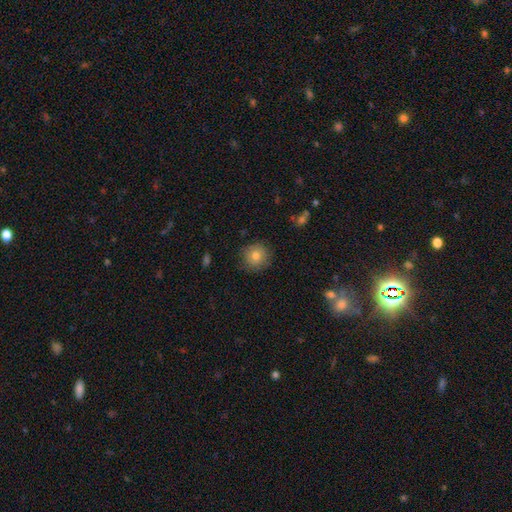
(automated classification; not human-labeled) Morphology: type=smooth (78%); roundness=round (92%); merging=none (85%).